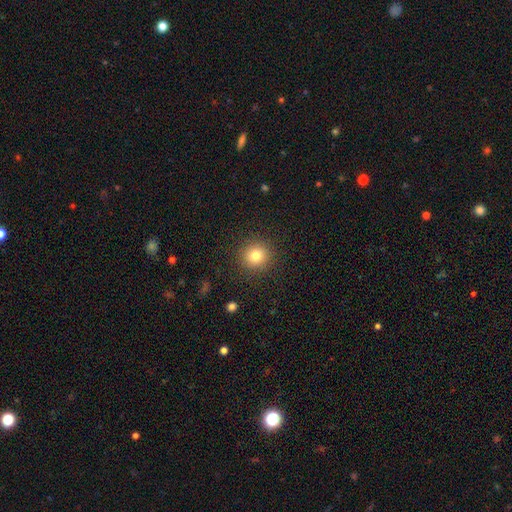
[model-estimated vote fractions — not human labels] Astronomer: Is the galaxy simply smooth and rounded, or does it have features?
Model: smooth — 80%.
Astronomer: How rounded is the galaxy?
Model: round — 93%.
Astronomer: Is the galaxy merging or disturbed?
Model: none — 90%.